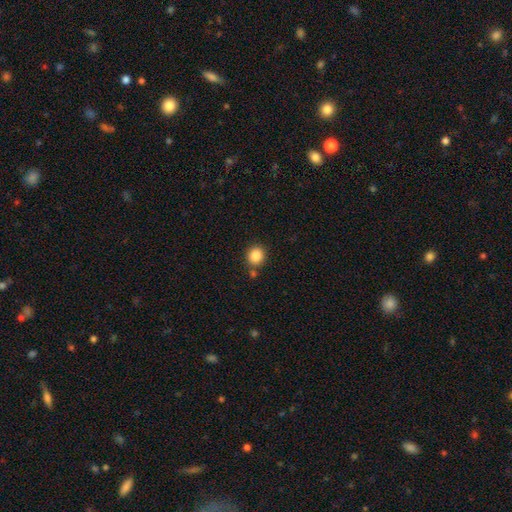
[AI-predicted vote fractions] A smooth galaxy with no disk features (87%) that is round (84%). Merging: none (79%).